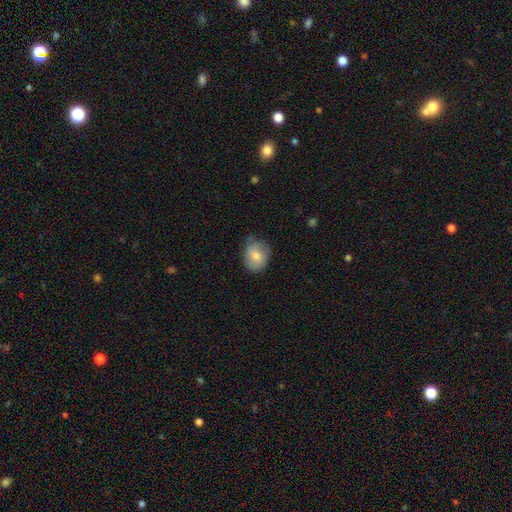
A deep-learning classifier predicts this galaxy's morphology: This is likely a smooth galaxy (78%). How rounded: possibly in between (54%). Merging: possibly none (59%).